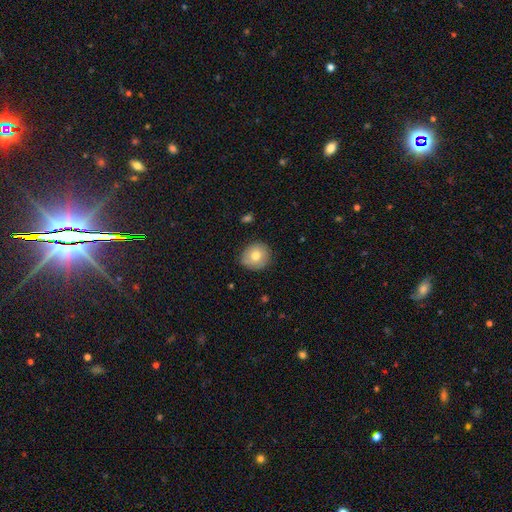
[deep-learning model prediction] Overall: smooth (75%). How rounded: round (87%). Merging: none (82%).